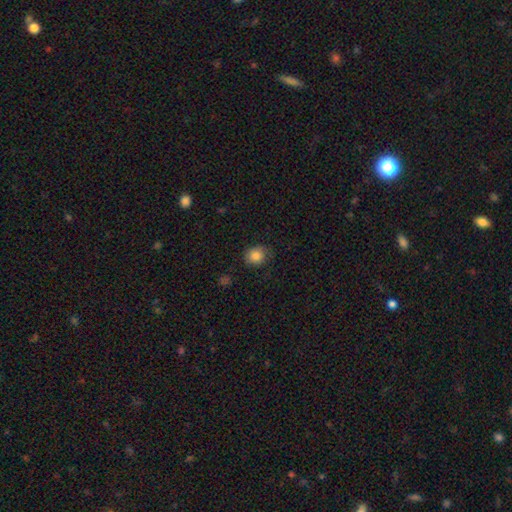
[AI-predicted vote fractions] Smooth or featured? Predicted: smooth (p=0.85). How rounded? Predicted: round (p=0.75). Merging? Predicted: none (p=0.75).